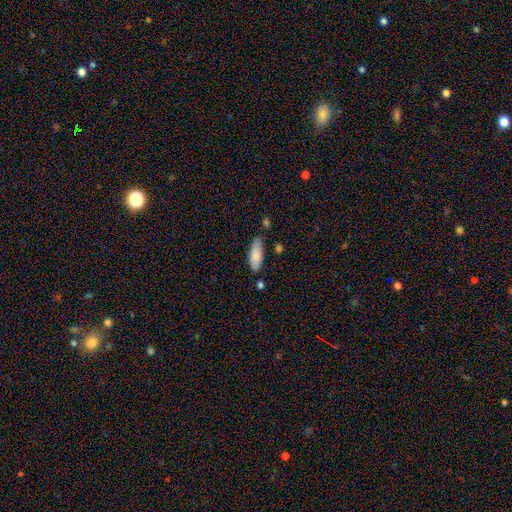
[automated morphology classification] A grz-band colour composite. It shows a smooth galaxy with no disk features (85%) that is in between round and cigar-shaped (68%). Merging: none (75%).